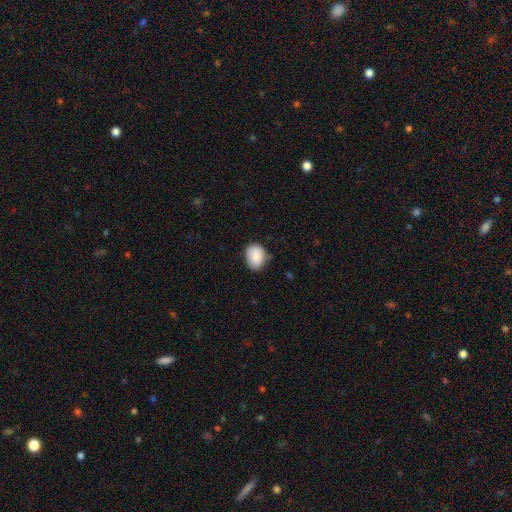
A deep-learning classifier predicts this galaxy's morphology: smooth 88%, star or artifact 7%, featured or disk 5%. Down the decision tree: how rounded — in between (64%); merging — none (72%).